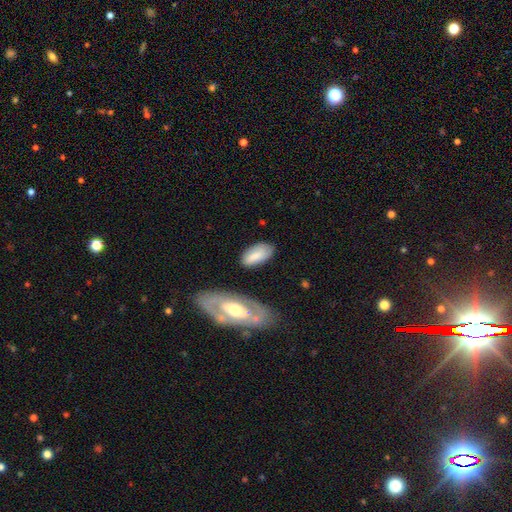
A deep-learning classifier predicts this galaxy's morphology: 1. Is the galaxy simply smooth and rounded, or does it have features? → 71% smooth, 23% featured or disk, 6% star or artifact.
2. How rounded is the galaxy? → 89% in between, 9% cigar-shaped, 2% round.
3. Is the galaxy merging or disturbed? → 71% none, 19% minor disturbance, 5% major disturbance, 5% merger.